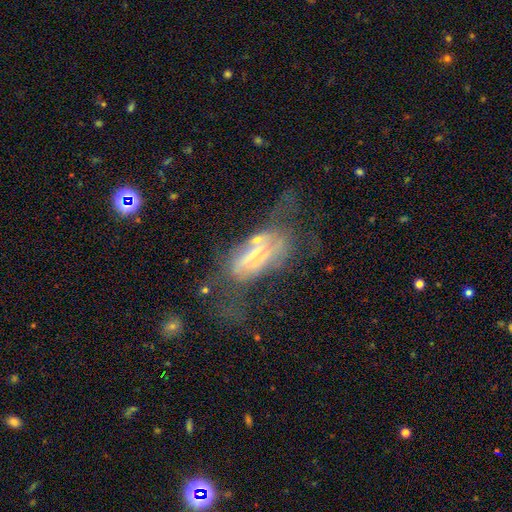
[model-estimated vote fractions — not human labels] smooth-or-featured: featured or disk: 60% | smooth: 30% | star or artifact: 11%
  disk-edge-on: no: 79% | yes: 21%
  merging: major disturbance: 40% | none: 27% | minor disturbance: 20% | merger: 13%